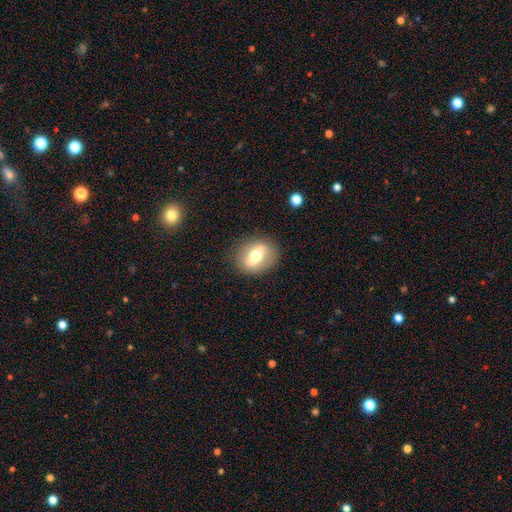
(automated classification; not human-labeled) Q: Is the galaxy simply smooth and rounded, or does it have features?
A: smooth — 54%.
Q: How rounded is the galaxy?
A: in between — 55%.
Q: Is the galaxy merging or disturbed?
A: none — 83%.